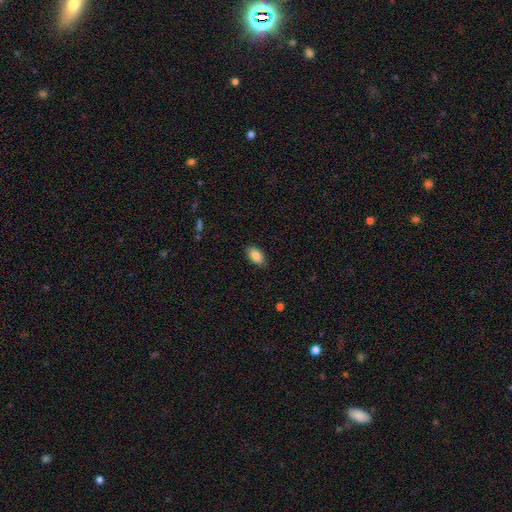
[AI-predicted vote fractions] Smooth or featured?
  - smooth: 86% *
  - star or artifact: 7%
  - featured or disk: 7%
How rounded?
  - in between: 93% *
  - round: 4%
  - cigar-shaped: 3%
Merging?
  - none: 87% *
  - minor disturbance: 10%
  - major disturbance: 2%
  - merger: 1%